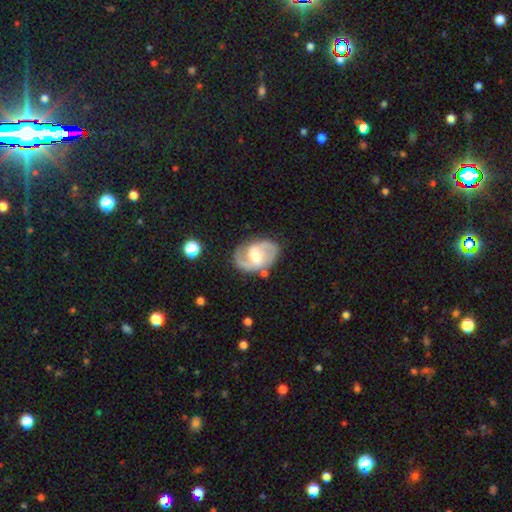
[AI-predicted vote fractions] This appears to be a featured or disk galaxy (80%) with a weak bar (55%), 2 (86%) medium (53%) spiral arms (90%) and a moderate central bulge (59%). Merging: none (73%).